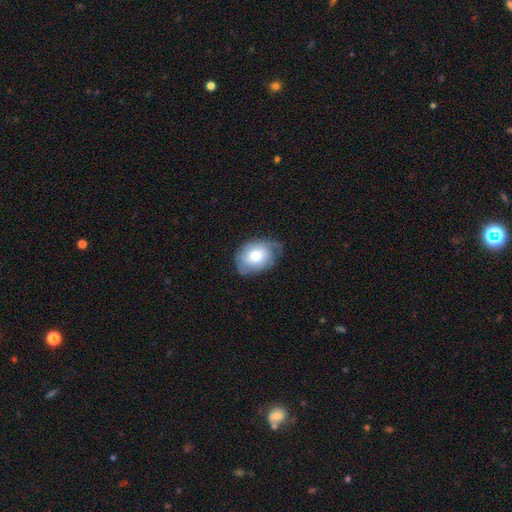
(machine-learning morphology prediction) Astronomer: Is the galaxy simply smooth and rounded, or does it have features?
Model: smooth — 56% (runner-up: featured or disk, 37%).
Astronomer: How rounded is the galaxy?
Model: in between — 67%.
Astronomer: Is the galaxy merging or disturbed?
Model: none — 56% (runner-up: minor disturbance, 32%).